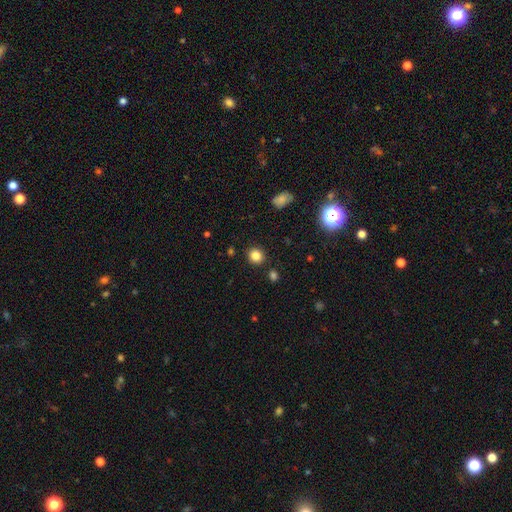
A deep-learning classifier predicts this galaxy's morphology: A smooth galaxy with no disk features (83%) that is round (84%).

Vote fractions:
- Smooth or featured? smooth: 83% / star or artifact: 12% / featured or disk: 4%
- How rounded? round: 84% / in between: 15% / cigar-shaped: 1%
- Merging? none: 89% / minor disturbance: 6% / merger: 2% / major disturbance: 2%